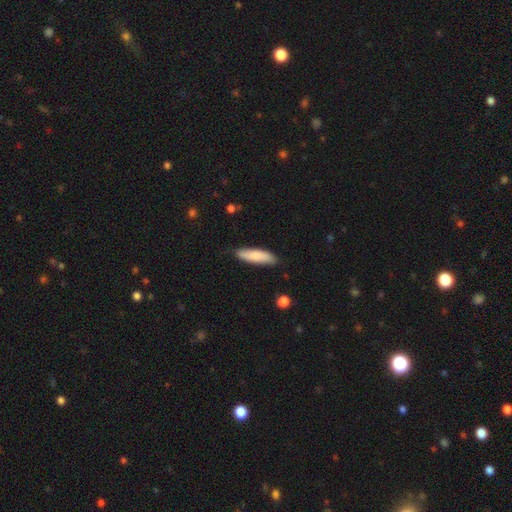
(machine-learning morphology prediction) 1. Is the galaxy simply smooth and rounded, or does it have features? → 82% smooth, 13% featured or disk, 5% star or artifact.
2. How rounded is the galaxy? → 62% cigar-shaped, 37% in between, 1% round.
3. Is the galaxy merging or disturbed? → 83% none, 13% minor disturbance, 2% major disturbance, 1% merger.